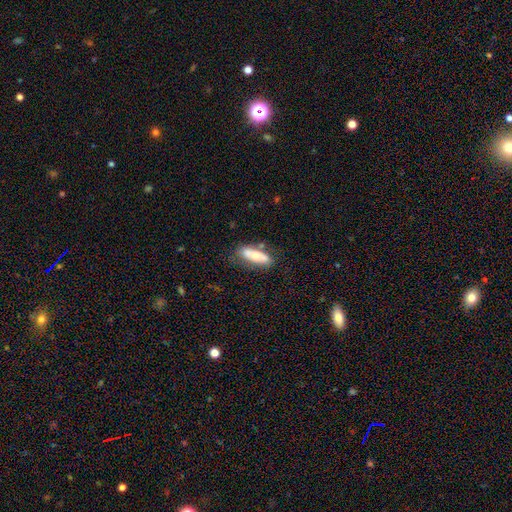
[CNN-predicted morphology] A smooth galaxy with no disk features (50%). Merging: none (63%).